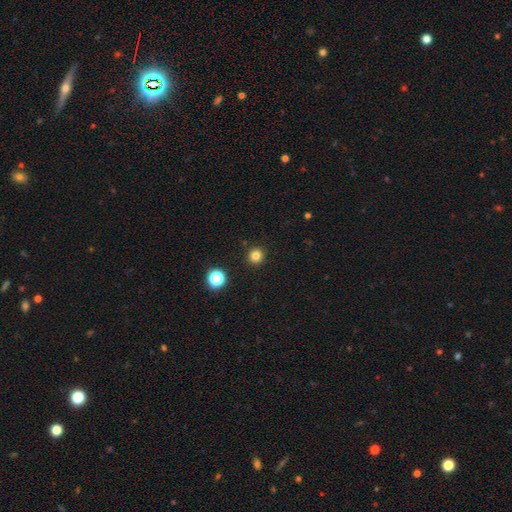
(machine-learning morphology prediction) This is clearly a smooth galaxy (81%). How rounded: clearly round (95%). Merging: clearly none (92%).